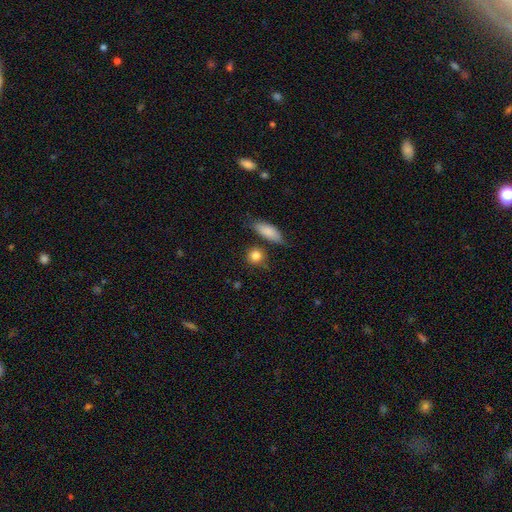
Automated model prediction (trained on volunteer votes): Overall: smooth (85%). How rounded: round (77%). Merging: none (74%).